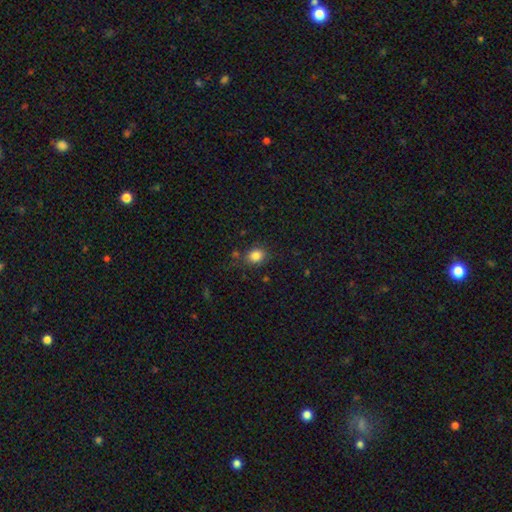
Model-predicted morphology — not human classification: This is clearly a smooth galaxy (84%). How rounded: likely round (60%). Merging: likely none (79%).